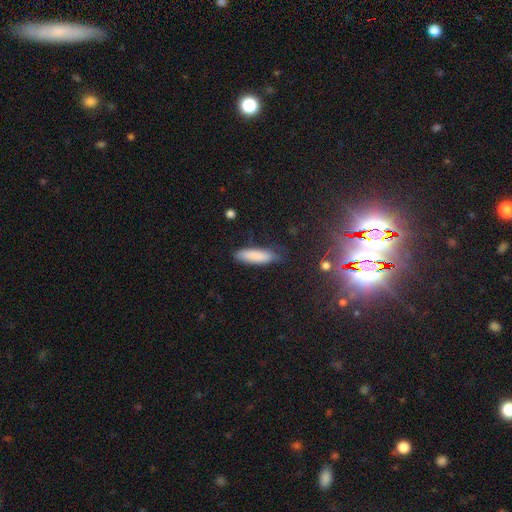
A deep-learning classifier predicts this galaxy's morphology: smooth-or-featured: smooth: 85% | featured or disk: 8% | star or artifact: 7%
  how-rounded: cigar-shaped: 61% | in between: 37% | round: 2%
  merging: none: 79% | minor disturbance: 17% | major disturbance: 3% | merger: 2%